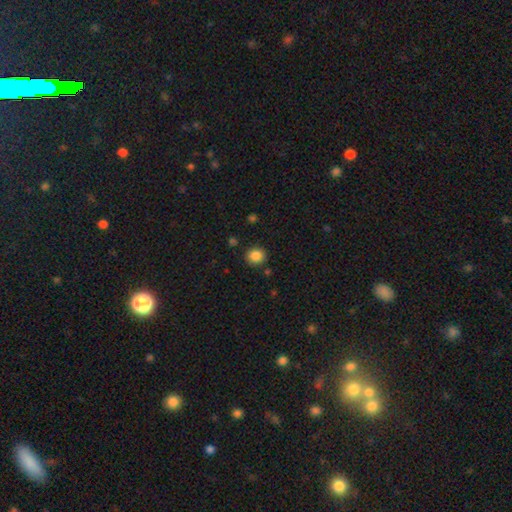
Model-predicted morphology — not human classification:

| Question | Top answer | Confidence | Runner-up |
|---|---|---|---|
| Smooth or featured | smooth | 86% | star or artifact (10%) |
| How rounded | round | 82% | in between (18%) |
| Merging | none | 87% | minor disturbance (8%) |